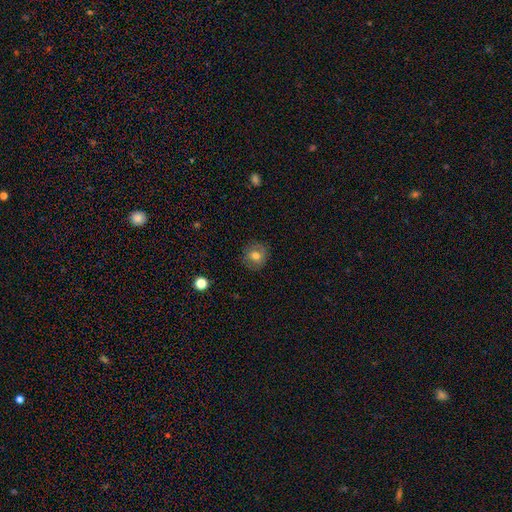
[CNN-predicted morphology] Q: Smooth or featured?
A: smooth (68%); runner-up: featured or disk (21%)
Q: How rounded?
A: round (88%); runner-up: in between (11%)
Q: Merging?
A: none (85%); runner-up: minor disturbance (11%)